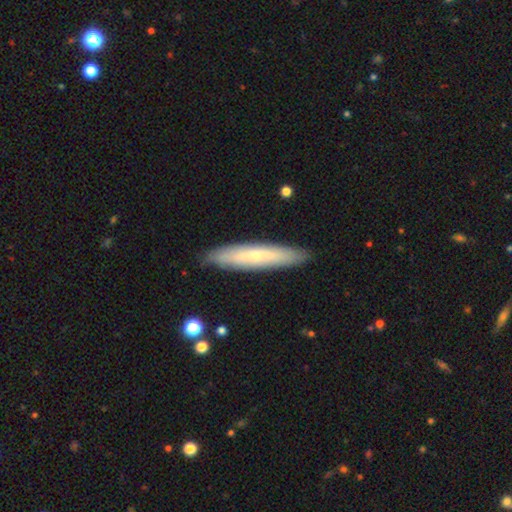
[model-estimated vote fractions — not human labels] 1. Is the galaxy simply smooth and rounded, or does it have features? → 48% smooth, 46% featured or disk, 6% star or artifact.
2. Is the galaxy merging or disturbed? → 87% none, 10% minor disturbance, 2% major disturbance, 1% merger.